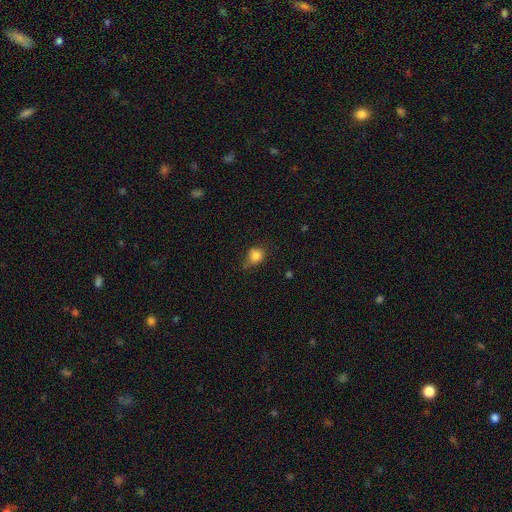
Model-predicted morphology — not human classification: smooth_or_featured: smooth (p=0.83) [alt: star or artifact p=0.11]
how_rounded: round (p=0.70) [alt: in between p=0.29]
merging: none (p=0.60) [alt: minor disturbance p=0.30]